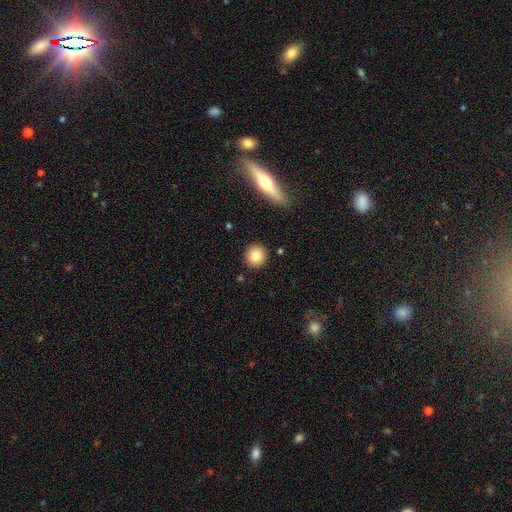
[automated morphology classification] A smooth galaxy with no disk features (82%) that is round (93%). Merging: none (90%).